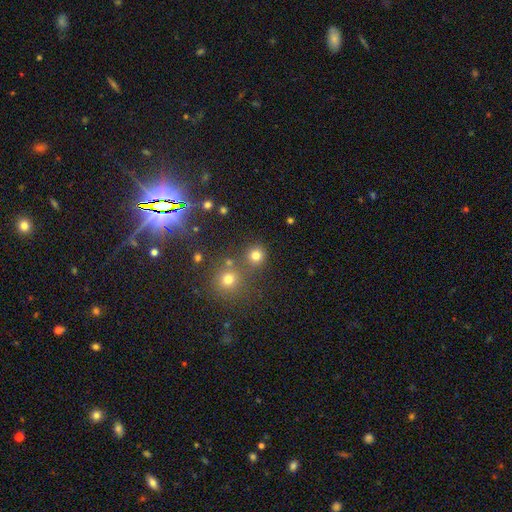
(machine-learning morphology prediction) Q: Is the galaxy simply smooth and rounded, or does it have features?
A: smooth — 77%.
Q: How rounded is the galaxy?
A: round — 91%.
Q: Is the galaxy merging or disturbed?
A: none — 76%.